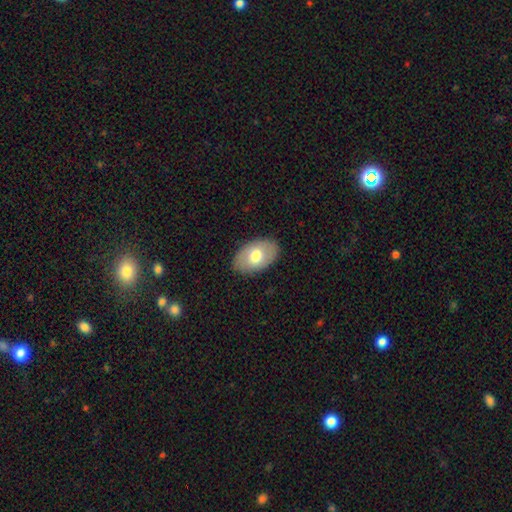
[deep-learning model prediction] smooth_or_featured: smooth (p=0.67) [alt: featured or disk p=0.27]
how_rounded: in between (p=0.91) [alt: round p=0.08]
merging: none (p=0.86) [alt: minor disturbance p=0.11]